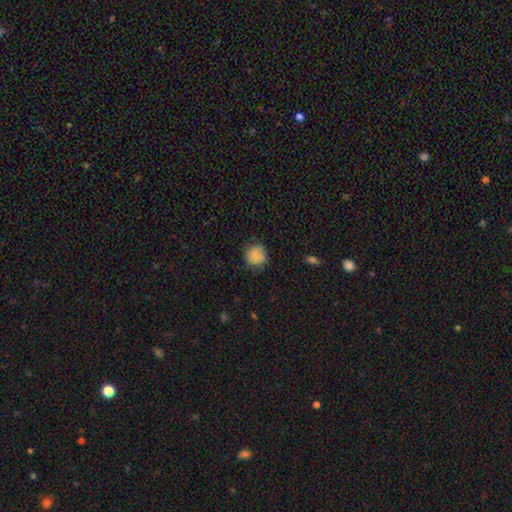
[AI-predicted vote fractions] smooth_or_featured: smooth (p=0.87) [alt: star or artifact p=0.08]
how_rounded: round (p=0.89) [alt: in between p=0.10]
merging: none (p=0.80) [alt: minor disturbance p=0.15]